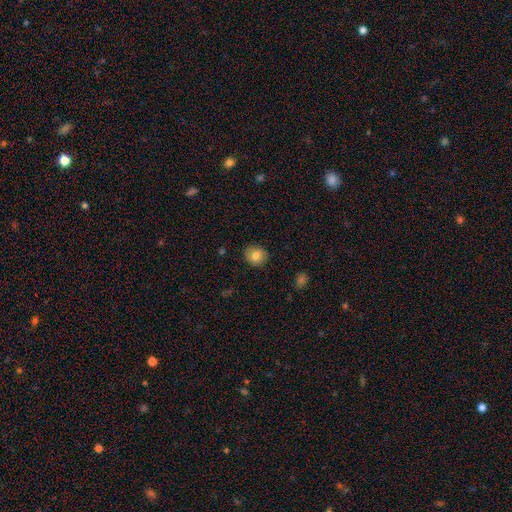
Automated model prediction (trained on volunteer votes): A smooth galaxy with no disk features (82%) that is round (81%).

Vote fractions:
- Smooth or featured? smooth: 82% / featured or disk: 9% / star or artifact: 9%
- How rounded? round: 81% / in between: 18% / cigar-shaped: 1%
- Merging? none: 87% / minor disturbance: 10% / major disturbance: 2% / merger: 1%